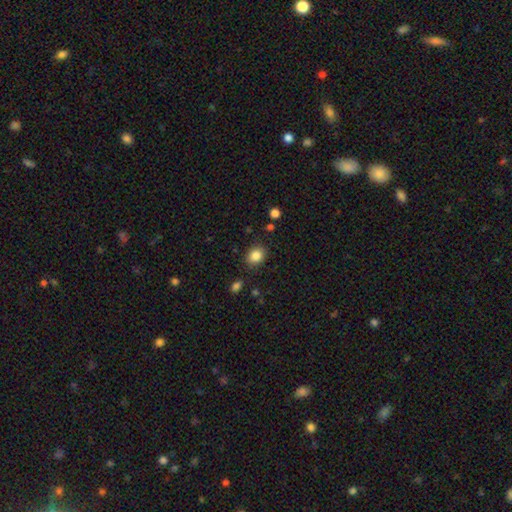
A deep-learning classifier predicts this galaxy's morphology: A smooth galaxy with no disk features (85%) that is round (55%).

Vote fractions:
- Smooth or featured? smooth: 85% / star or artifact: 10% / featured or disk: 5%
- How rounded? round: 55% / in between: 44% / cigar-shaped: 1%
- Merging? none: 84% / minor disturbance: 11% / major disturbance: 3% / merger: 2%